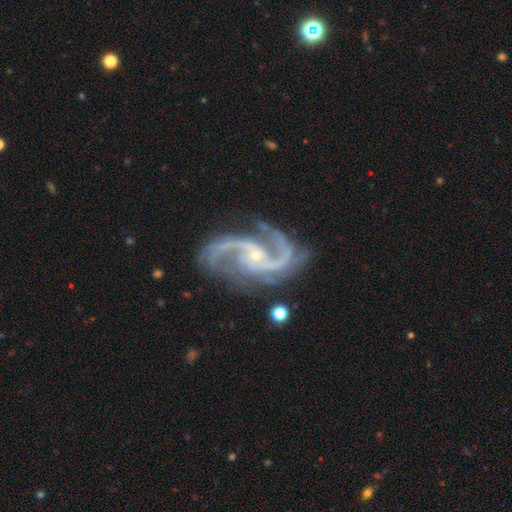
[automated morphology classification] Smooth or featured?
  - featured or disk: 93% *
  - star or artifact: 5%
  - smooth: 2%
Edge-on disk?
  - no: 98% *
  - yes: 2%
Bar?
  - no: 57% *
  - weak: 29%
  - strong: 14%
Spiral arms?
  - yes: 99% *
  - no: 1%
Spiral winding?
  - medium: 59% *
  - loose: 26%
  - tight: 15%
Spiral arm count?
  - 2: 77% *
  - 3: 12%
  - can't tell: 3%
  - 4: 3%
  - 1: 3%
  - more than 4: 3%
Bulge size?
  - small: 79% *
  - moderate: 18%
  - none: 2%
  - large: 1%
  - dominant: 1%
Merging?
  - none: 70% *
  - minor disturbance: 18%
  - major disturbance: 9%
  - merger: 3%